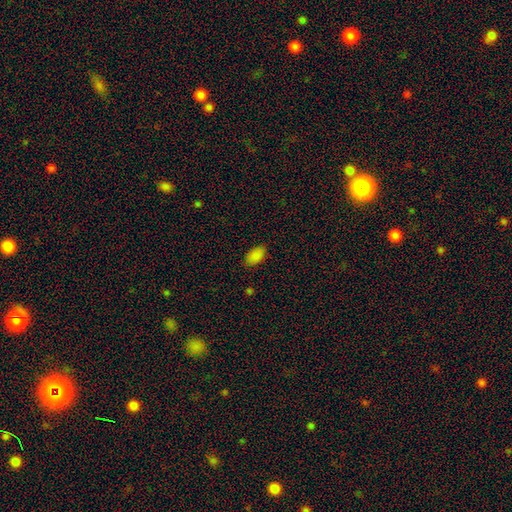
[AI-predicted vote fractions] Overall: smooth (86%). How rounded: in between (93%). Merging: none (83%).